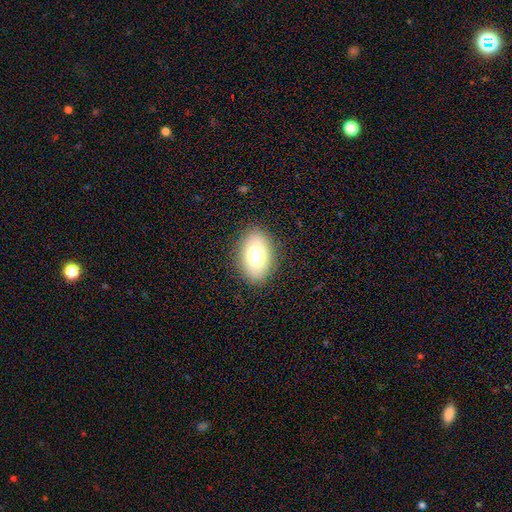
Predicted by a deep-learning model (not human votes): smooth 69%, featured or disk 20%, star or artifact 11%. Down the decision tree: how rounded — in between (83%); merging — none (85%).